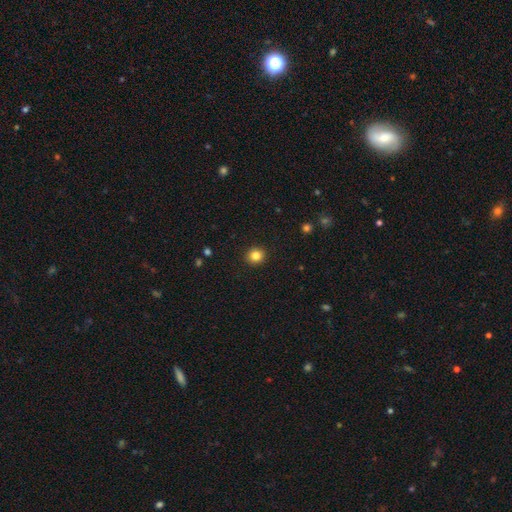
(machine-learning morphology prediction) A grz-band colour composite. It shows a smooth galaxy with no disk features (83%) that is round (90%). Merging: none (92%).